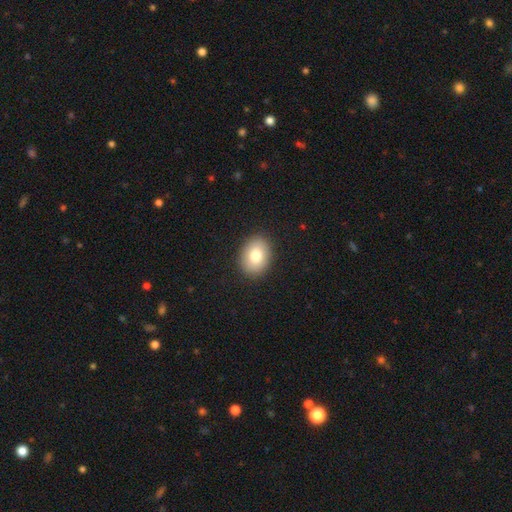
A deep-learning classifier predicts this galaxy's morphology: Smooth or featured?
  - smooth: 80% *
  - featured or disk: 12%
  - star or artifact: 8%
How rounded?
  - in between: 67% *
  - round: 33%
  - cigar-shaped: 1%
Merging?
  - none: 90% *
  - minor disturbance: 7%
  - major disturbance: 2%
  - merger: 1%